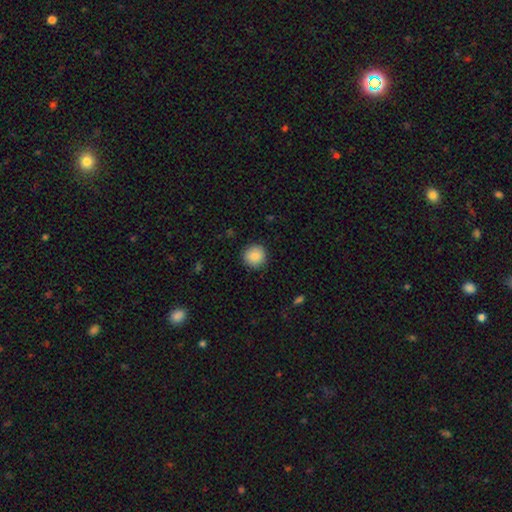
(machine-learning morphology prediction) This appears to be a smooth galaxy with no disk features (88%) that is round (93%). Merging: none (90%).